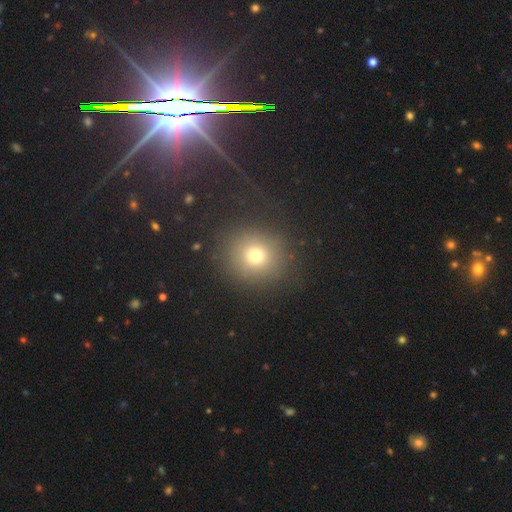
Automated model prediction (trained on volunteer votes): Smooth or featured? smooth (71%)
How rounded? round (88%)
Merging? none (81%)